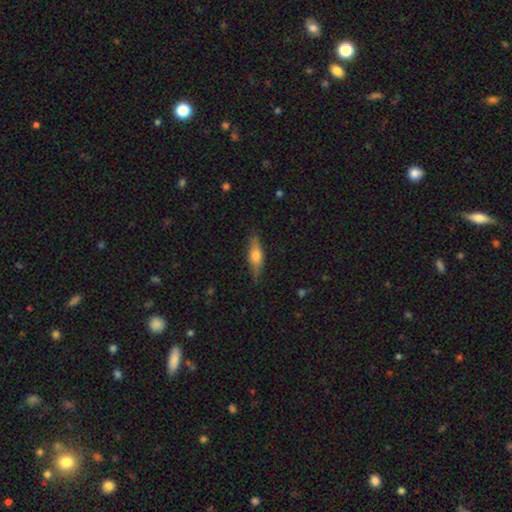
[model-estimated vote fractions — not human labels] This is possibly a featured or disk galaxy (47%). Merging: clearly none (84%).